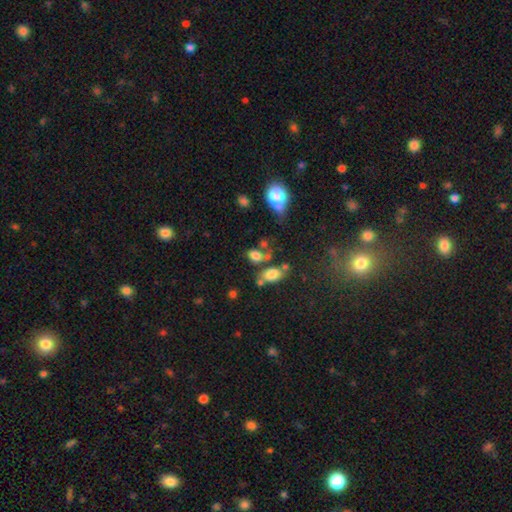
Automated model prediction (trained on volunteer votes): Smooth or featured? smooth (76%)
How rounded? in between (75%)
Merging? none (50%)